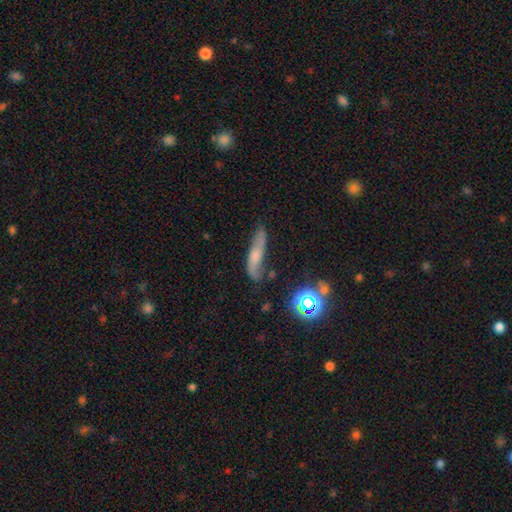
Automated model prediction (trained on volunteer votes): Overall: smooth (45%; featured or disk 42%). Merging: none (57%; minor disturbance 28%).